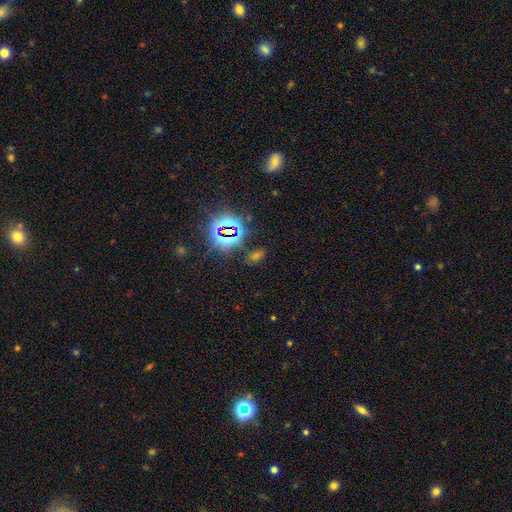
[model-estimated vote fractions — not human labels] This appears to be a star or artifact, not a galaxy (66%).